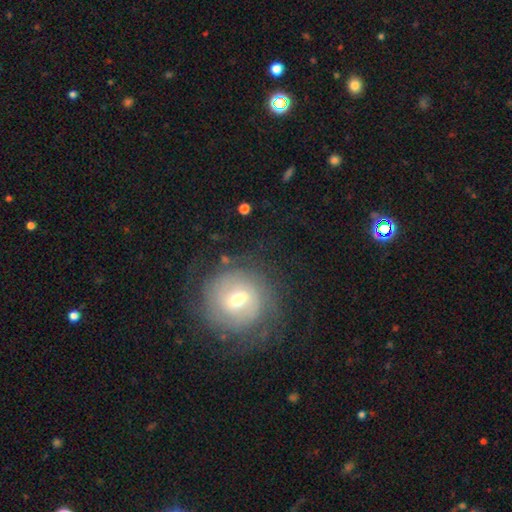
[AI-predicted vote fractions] Morphology: type=featured or disk (60%); edge-on=no (95%); bar=weak (45%); spiral arms=yes (76%); bulge=moderate (58%); merging=none (80%).